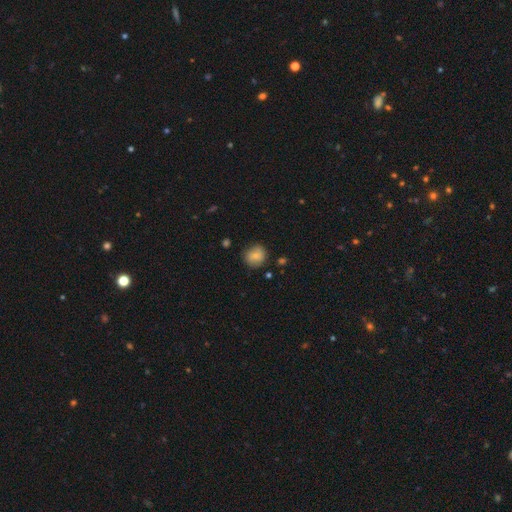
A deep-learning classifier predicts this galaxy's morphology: smooth_or_featured: smooth (p=0.80) [alt: featured or disk p=0.11]
how_rounded: round (p=0.84) [alt: in between p=0.15]
merging: none (p=0.80) [alt: minor disturbance p=0.15]